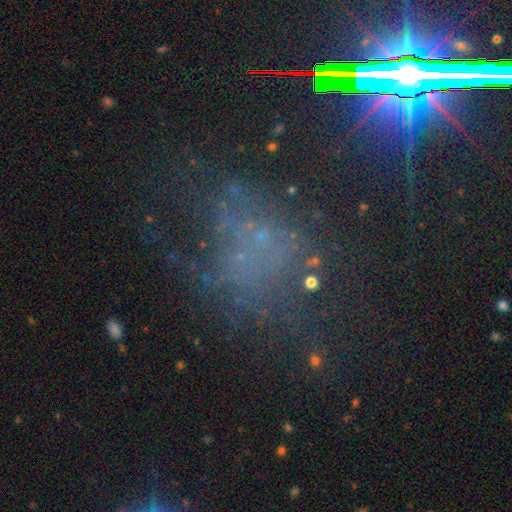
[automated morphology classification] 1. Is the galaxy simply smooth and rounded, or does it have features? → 51% star or artifact, 29% featured or disk, 20% smooth.